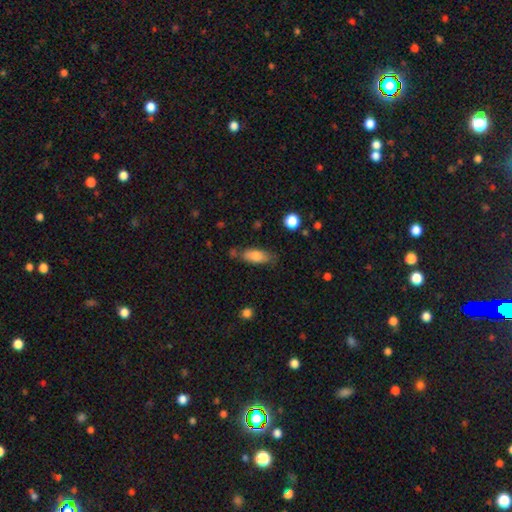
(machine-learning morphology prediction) A smooth galaxy with no disk features (80%) that is in between round and cigar-shaped (78%). Merging: none (67%).